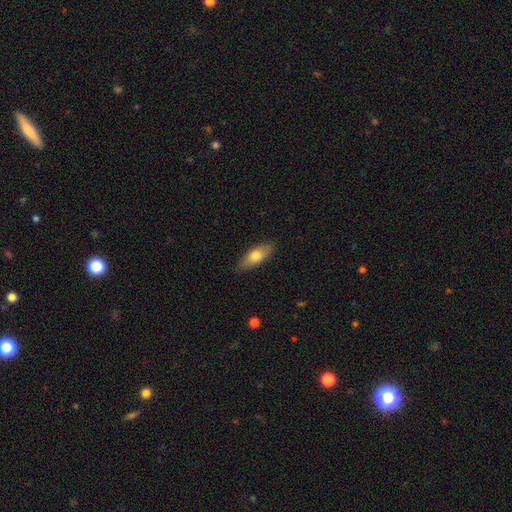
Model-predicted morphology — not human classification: Overall: smooth (71%). How rounded: in between (73%). Merging: none (85%).